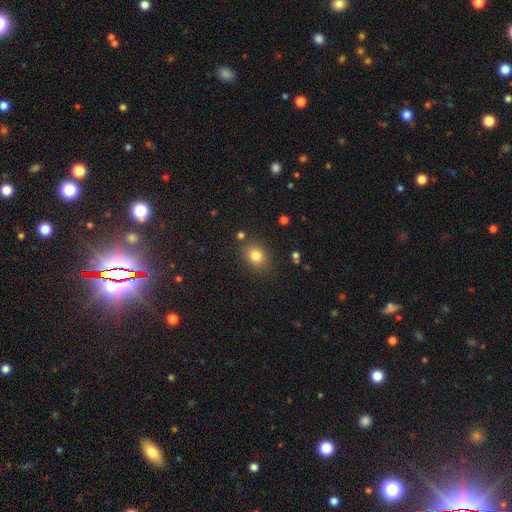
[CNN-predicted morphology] A smooth galaxy with no disk features (81%) that is round (51%).

Vote fractions:
- Smooth or featured? smooth: 81% / star or artifact: 12% / featured or disk: 8%
- How rounded? round: 51% / in between: 48% / cigar-shaped: 1%
- Merging? none: 82% / minor disturbance: 11% / merger: 4% / major disturbance: 3%